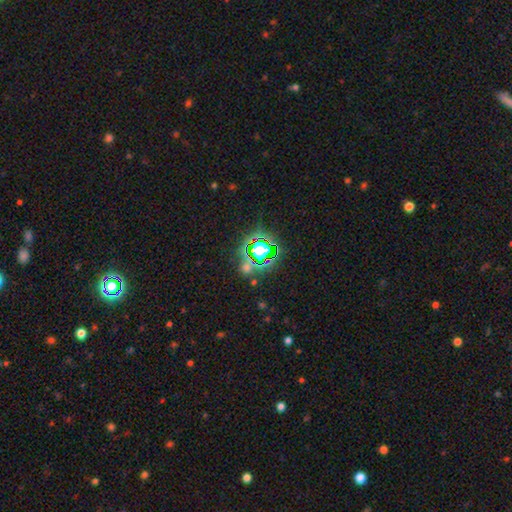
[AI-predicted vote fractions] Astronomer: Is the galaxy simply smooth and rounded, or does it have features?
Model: star or artifact — 80%.